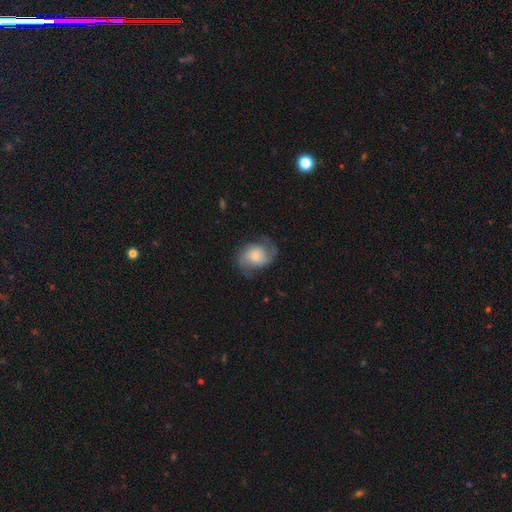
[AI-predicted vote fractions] Morphology: type=featured or disk (61%); edge-on=no (97%); bar=no (70%); spiral arms=yes (90%); winding=medium (45%); arm count=2 (80%); bulge=small (40%); merging=none (64%).